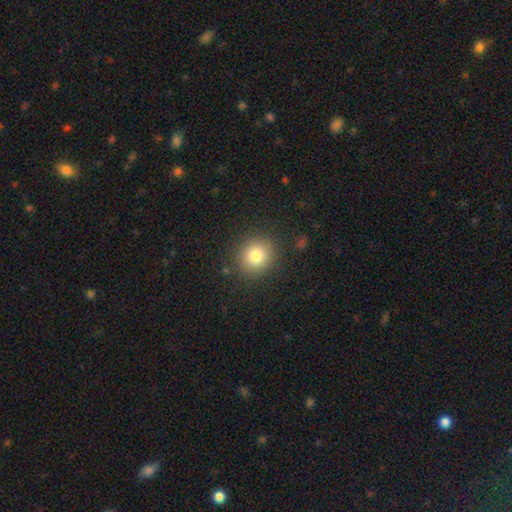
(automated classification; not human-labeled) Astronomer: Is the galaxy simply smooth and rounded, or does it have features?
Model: smooth — 81%.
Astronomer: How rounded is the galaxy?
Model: round — 82%.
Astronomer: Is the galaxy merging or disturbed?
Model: none — 87%.